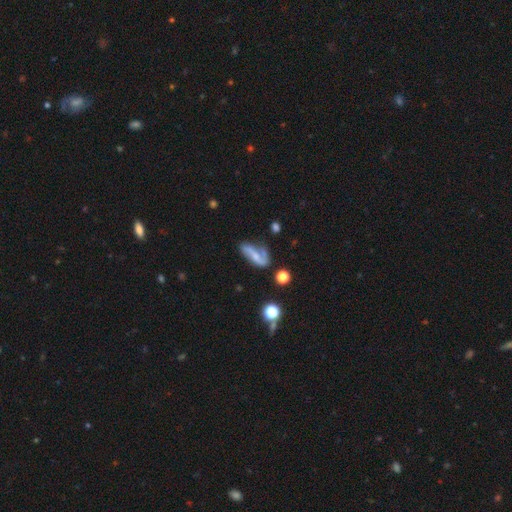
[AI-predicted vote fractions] Smooth or featured: featured or disk — 58% (smooth — 33%)
Edge-on disk: no — 86% (yes — 14%)
Merging: none — 44% (minor disturbance — 27%)